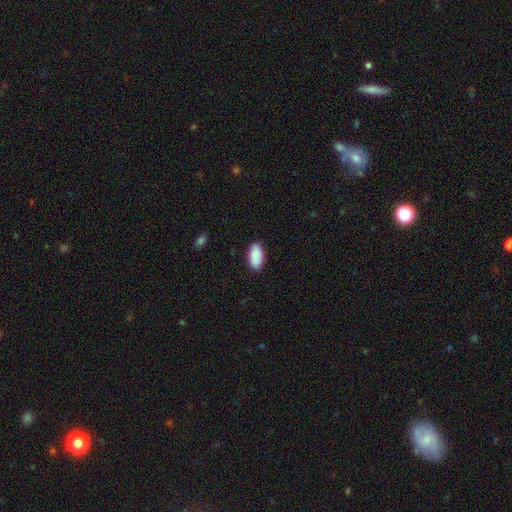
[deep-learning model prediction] This is clearly a smooth galaxy (88%). How rounded: clearly in between (95%). Merging: clearly none (85%).